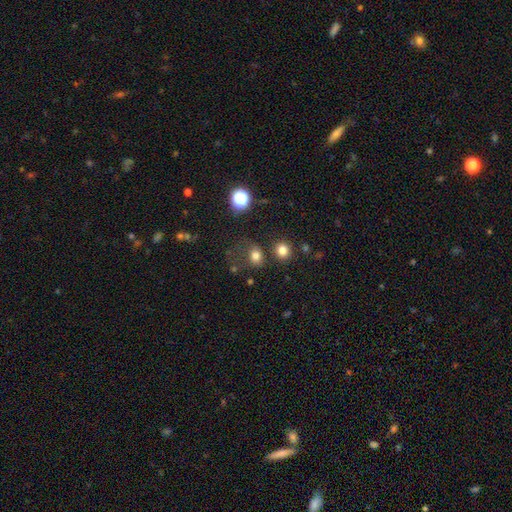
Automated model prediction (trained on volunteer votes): Overall: smooth (74%). How rounded: round (63%; in between 36%). Merging: none (58%; minor disturbance 18%).